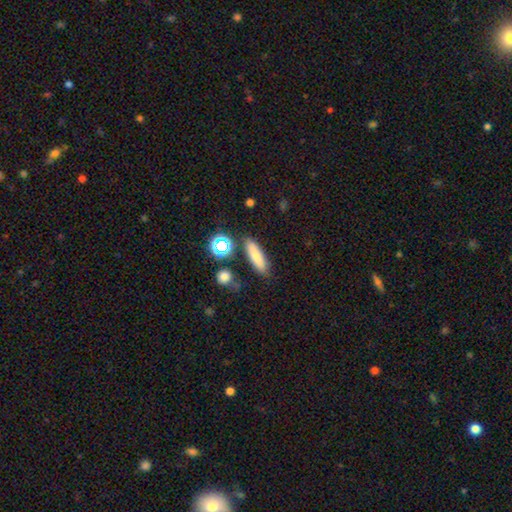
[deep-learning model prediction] A smooth galaxy with no disk features (77%) that is cigar-shaped (54%). Merging: none (81%).